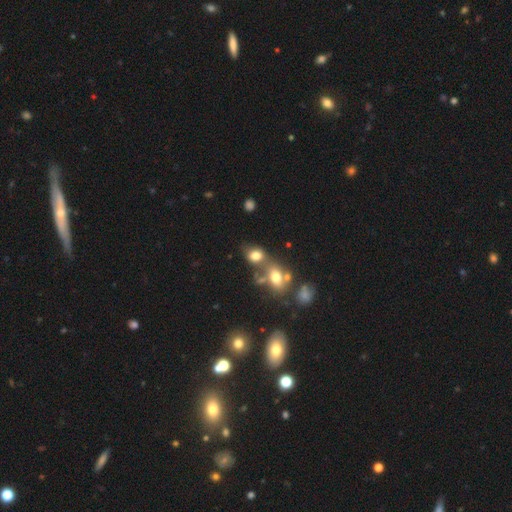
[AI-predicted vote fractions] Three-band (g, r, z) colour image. It shows a smooth galaxy with no disk features (73%) that is in between round and cigar-shaped (60%). Merging: merger (43%).